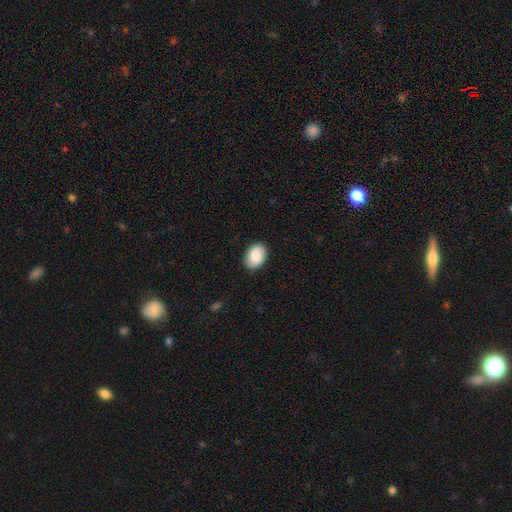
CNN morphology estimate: A smooth galaxy with no disk features (79%) that is in between round and cigar-shaped (82%).

Vote fractions:
- Smooth or featured? smooth: 79% / featured or disk: 14% / star or artifact: 7%
- How rounded? in between: 82% / round: 17% / cigar-shaped: 1%
- Merging? none: 86% / minor disturbance: 11% / major disturbance: 2% / merger: 1%